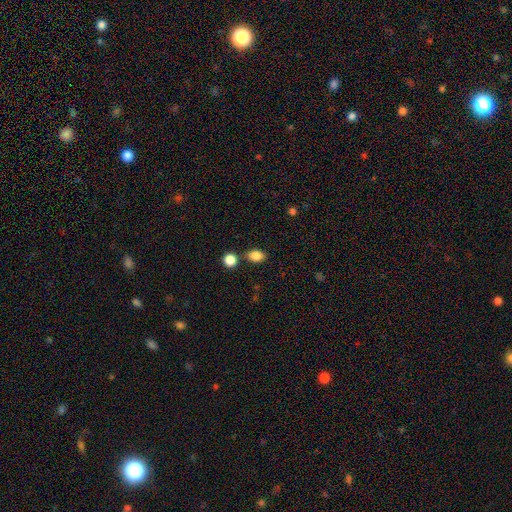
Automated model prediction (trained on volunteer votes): Morphology: type=smooth (86%); roundness=in between (78%); merging=none (74%).